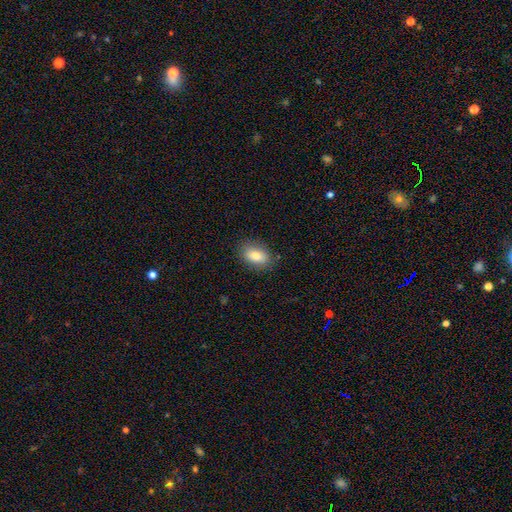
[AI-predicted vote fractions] Smooth or featured? smooth (85%)
How rounded? in between (89%)
Merging? none (85%)